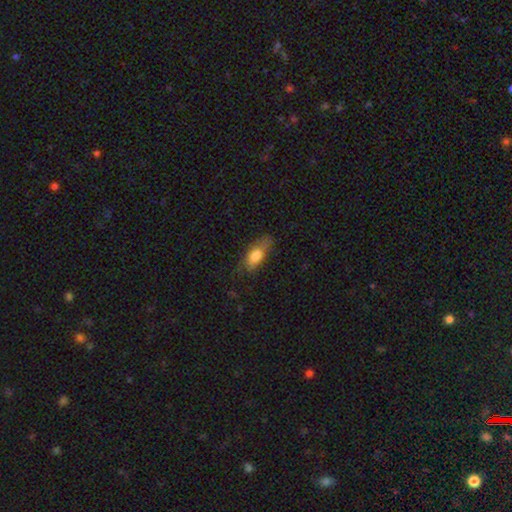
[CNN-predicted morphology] A smooth galaxy with no disk features (75%) that is in between round and cigar-shaped (76%). Merging: none (59%).